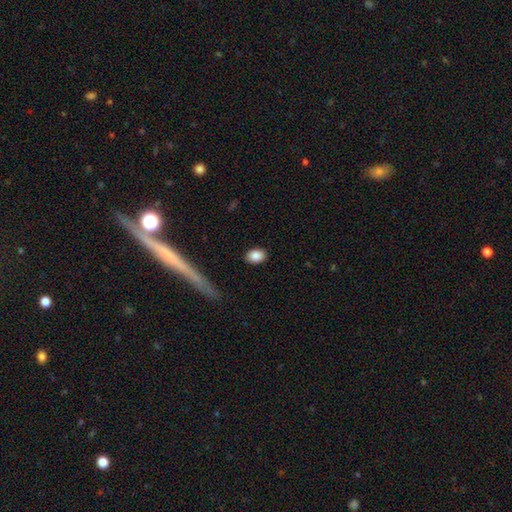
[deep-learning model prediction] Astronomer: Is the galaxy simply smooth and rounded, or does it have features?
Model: smooth — 86%.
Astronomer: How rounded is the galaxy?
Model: in between — 75%.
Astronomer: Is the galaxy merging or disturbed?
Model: none — 88%.